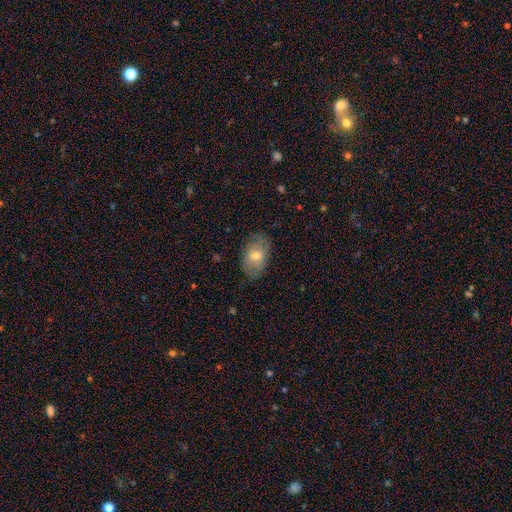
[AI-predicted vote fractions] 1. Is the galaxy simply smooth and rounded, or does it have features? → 62% smooth, 30% featured or disk, 8% star or artifact.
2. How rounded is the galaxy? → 88% in between, 11% round, 2% cigar-shaped.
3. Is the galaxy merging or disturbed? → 77% none, 17% minor disturbance, 5% major disturbance, 1% merger.